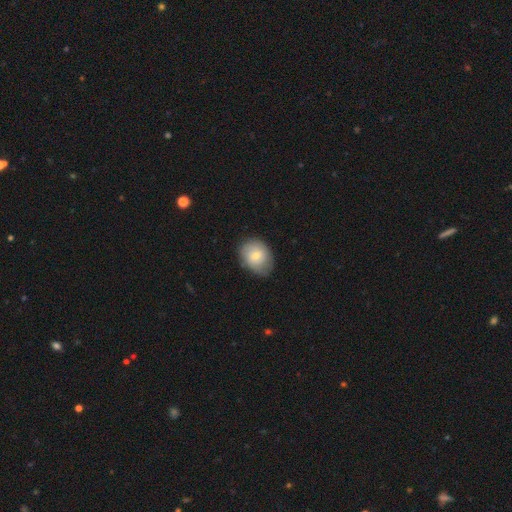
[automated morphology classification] Smooth or featured? smooth (72%)
How rounded? in between (56%)
Merging? none (72%)